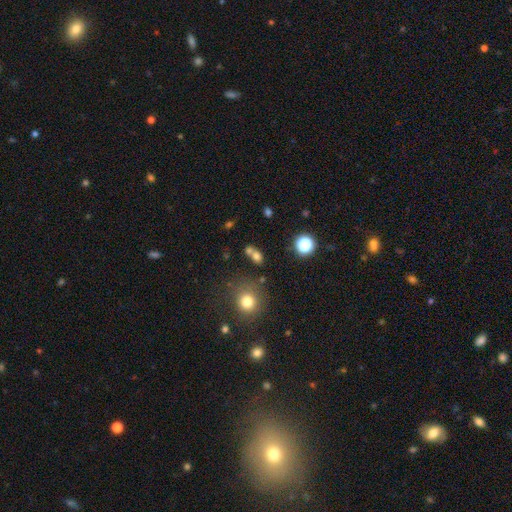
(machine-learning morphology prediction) This appears to be a smooth galaxy with no disk features (70%) that is in between round and cigar-shaped (54%). Merging: none (43%).